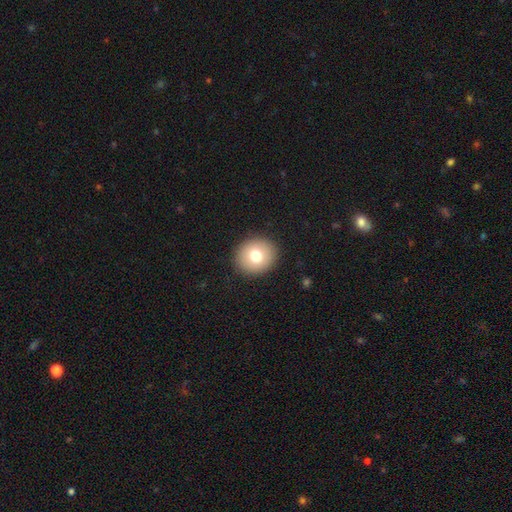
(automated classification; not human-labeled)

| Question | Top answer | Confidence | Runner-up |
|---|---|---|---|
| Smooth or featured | smooth | 76% | featured or disk (14%) |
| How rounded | round | 84% | in between (15%) |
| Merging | none | 91% | minor disturbance (6%) |